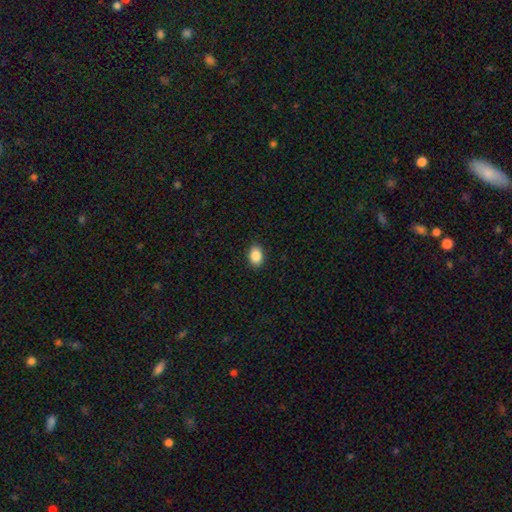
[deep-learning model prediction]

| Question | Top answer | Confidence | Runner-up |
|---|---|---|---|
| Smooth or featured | smooth | 88% | star or artifact (8%) |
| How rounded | in between | 80% | round (19%) |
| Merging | none | 90% | minor disturbance (7%) |